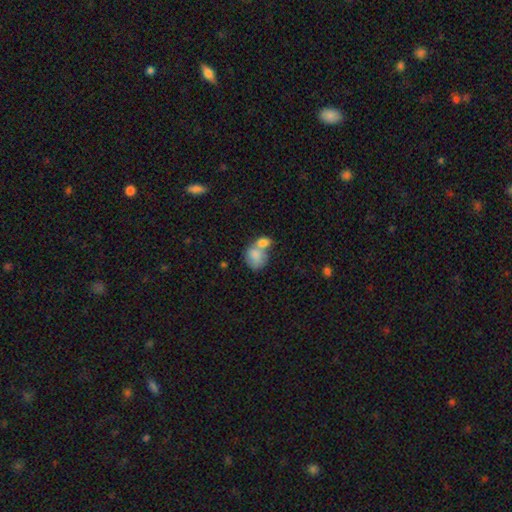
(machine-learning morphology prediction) A smooth galaxy with no disk features (80%) that is round (51%). Merging: merger (65%).